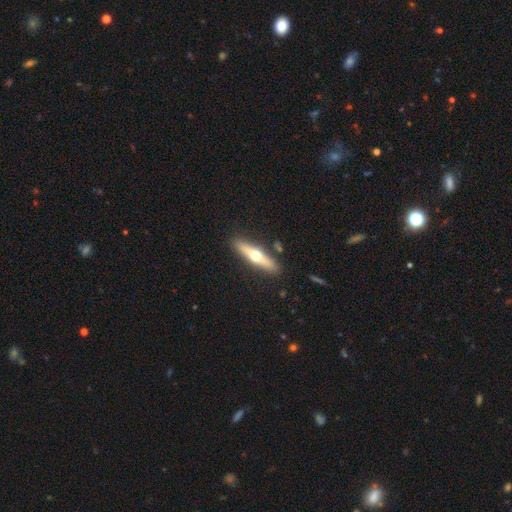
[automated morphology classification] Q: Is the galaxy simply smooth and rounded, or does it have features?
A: featured or disk — 55%.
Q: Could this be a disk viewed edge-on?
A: yes — 91%.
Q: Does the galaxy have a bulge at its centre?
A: rounded — 94%.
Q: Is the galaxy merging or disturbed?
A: none — 87%.